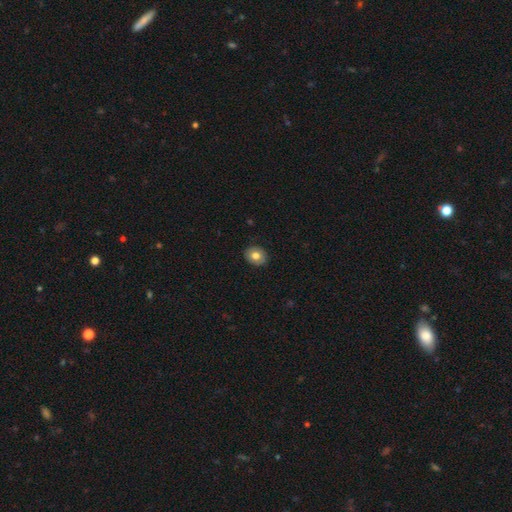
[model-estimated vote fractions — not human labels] Smooth or featured? smooth (77%)
How rounded? round (62%)
Merging? none (90%)